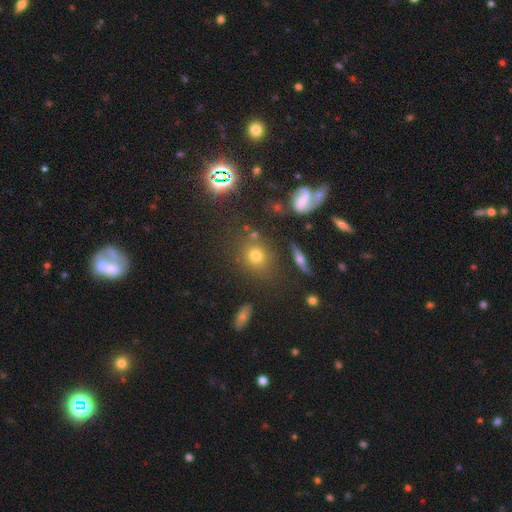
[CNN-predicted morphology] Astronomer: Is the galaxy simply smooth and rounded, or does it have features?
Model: smooth — 63%.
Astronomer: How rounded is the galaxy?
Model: round — 74%.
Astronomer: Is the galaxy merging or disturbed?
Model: none — 74%.